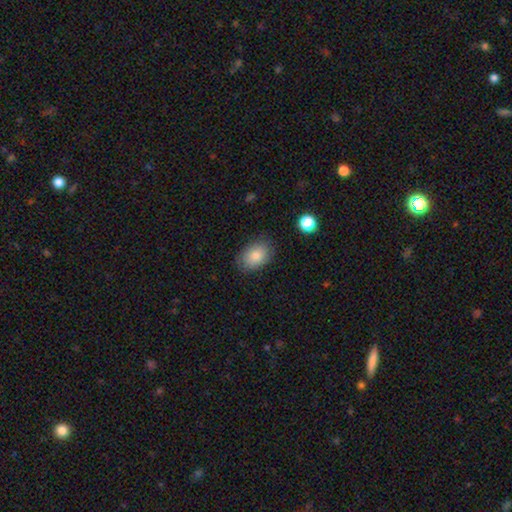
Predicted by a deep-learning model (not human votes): A smooth galaxy with no disk features (82%) that is in between round and cigar-shaped (83%).

Vote fractions:
- Smooth or featured? smooth: 82% / featured or disk: 10% / star or artifact: 8%
- How rounded? in between: 83% / round: 16% / cigar-shaped: 1%
- Merging? none: 81% / minor disturbance: 14% / major disturbance: 3% / merger: 1%